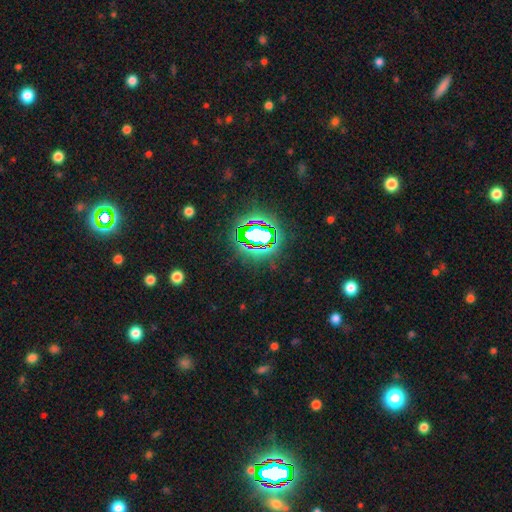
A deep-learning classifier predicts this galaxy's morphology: Smooth or featured? Predicted: star or artifact (p=0.79).